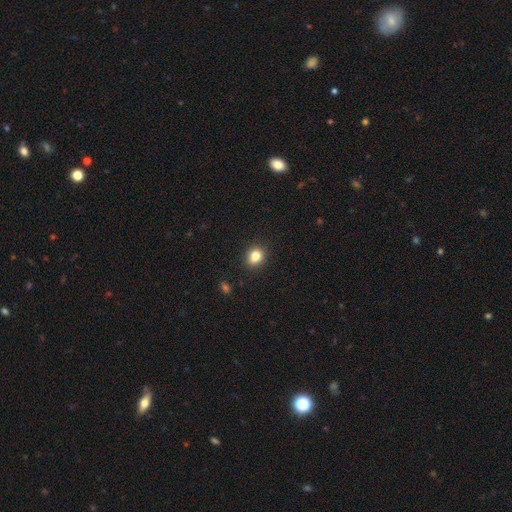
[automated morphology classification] smooth 84%, star or artifact 11%, featured or disk 6%. Down the decision tree: how rounded — round (57%); merging — none (87%).